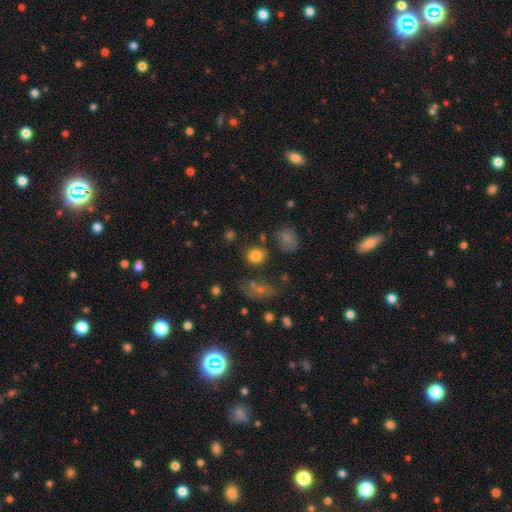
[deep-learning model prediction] Overall: smooth (81%). How rounded: round (79%). Merging: none (76%).